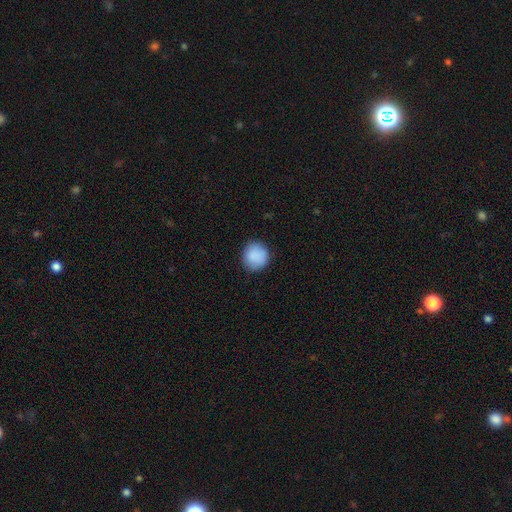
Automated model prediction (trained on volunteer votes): A smooth galaxy with no disk features (89%) that is round (90%).

Vote fractions:
- Smooth or featured? smooth: 89% / star or artifact: 7% / featured or disk: 4%
- How rounded? round: 90% / in between: 9% / cigar-shaped: 1%
- Merging? none: 86% / minor disturbance: 11% / major disturbance: 3% / merger: 1%